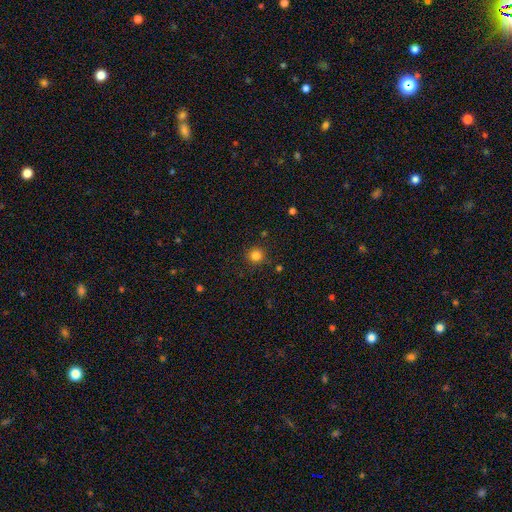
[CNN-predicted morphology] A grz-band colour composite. It shows a smooth galaxy with no disk features (82%) that is round (94%). Merging: none (88%).